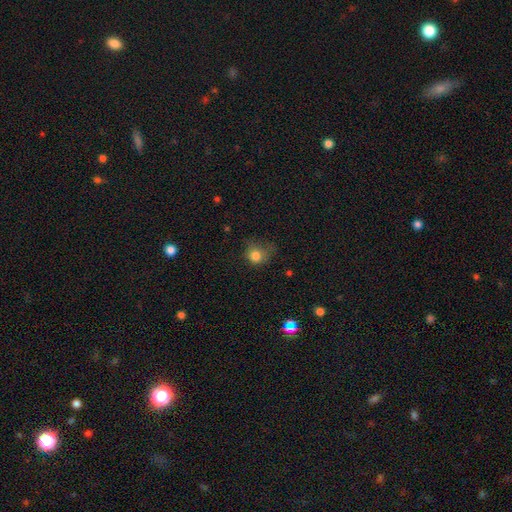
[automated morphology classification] type=smooth (80%); roundness=round (79%); merging=none (51%).